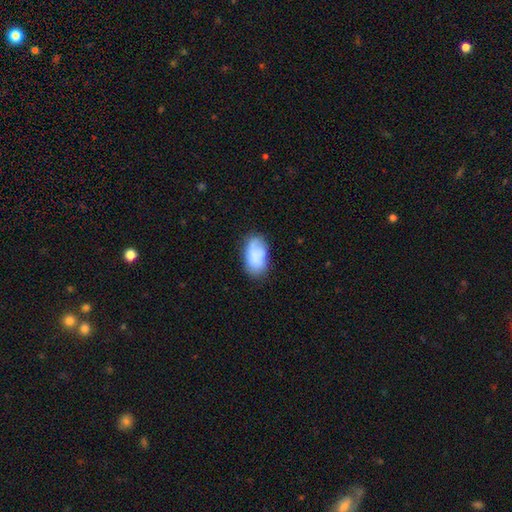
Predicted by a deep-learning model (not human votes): The model was most divided on "merging": none: 65%, minor disturbance: 24%, major disturbance: 7%, merger: 4%. More confident: how rounded — in between (93%); smooth or featured — smooth (78%).